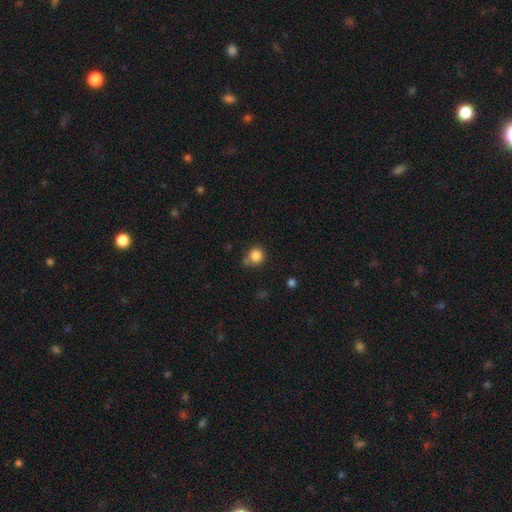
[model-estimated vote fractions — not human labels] Smooth or featured: smooth — 85% (star or artifact — 10%)
How rounded: round — 89% (in between — 10%)
Merging: none — 65% (minor disturbance — 19%)